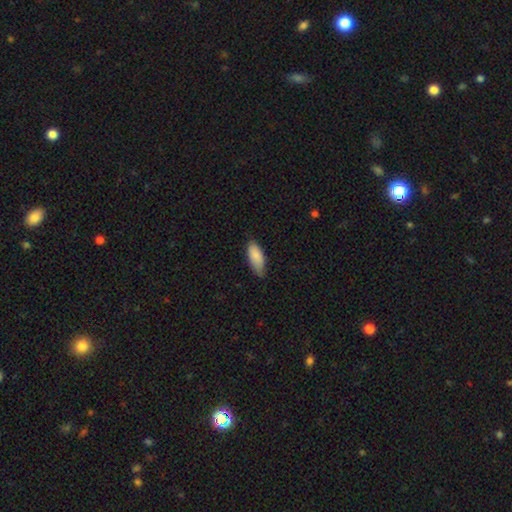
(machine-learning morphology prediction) Smooth or featured? Predicted: smooth (p=0.88). How rounded? Predicted: in between (p=0.85). Merging? Predicted: none (p=0.68).